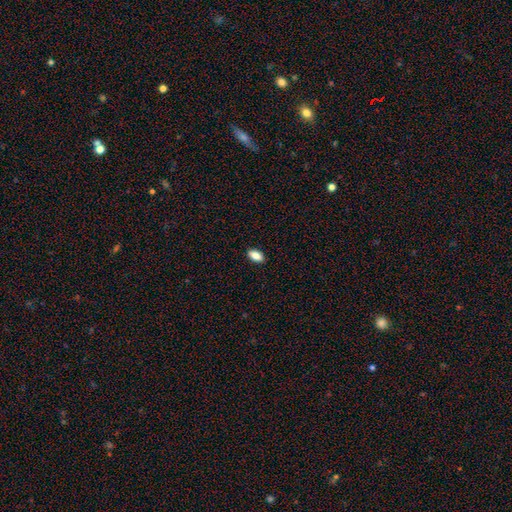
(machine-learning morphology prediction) Q: Smooth or featured?
A: smooth (85%); runner-up: star or artifact (8%)
Q: How rounded?
A: in between (90%); runner-up: cigar-shaped (6%)
Q: Merging?
A: none (90%); runner-up: minor disturbance (8%)